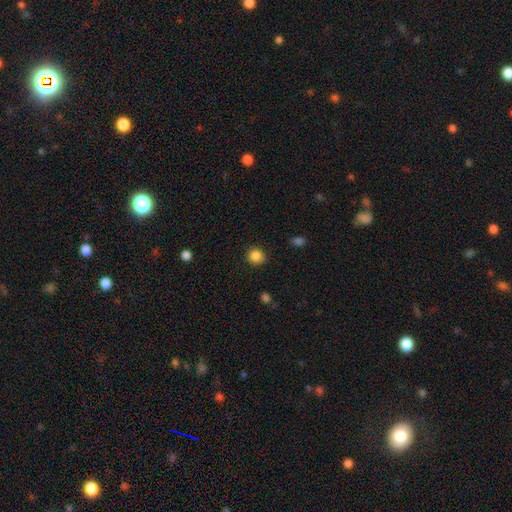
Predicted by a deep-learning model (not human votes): Smooth or featured? smooth (85%)
How rounded? round (89%)
Merging? none (85%)